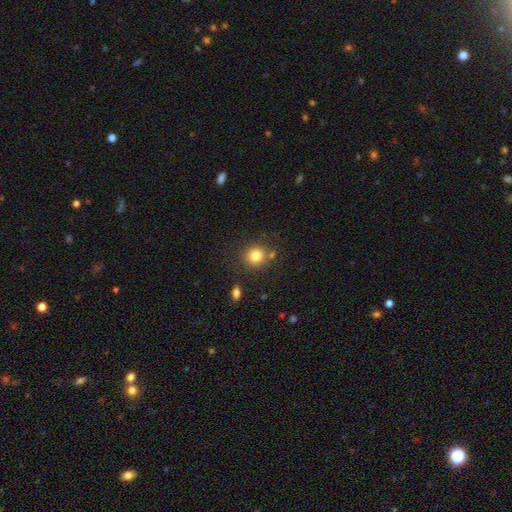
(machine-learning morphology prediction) This is clearly a smooth galaxy (81%). How rounded: clearly round (88%). Merging: likely none (78%).